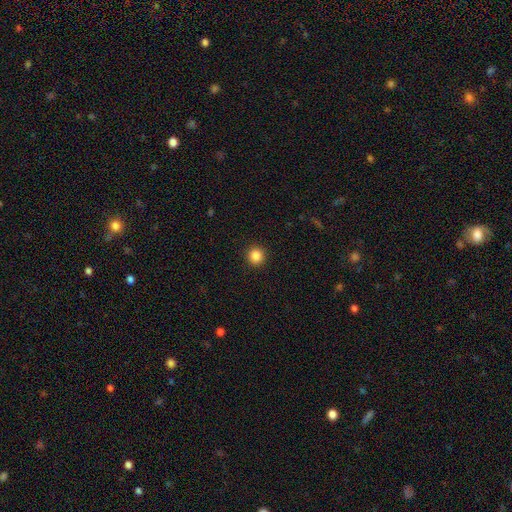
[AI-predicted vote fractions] A smooth galaxy with no disk features (86%) that is round (95%). Merging: none (93%).